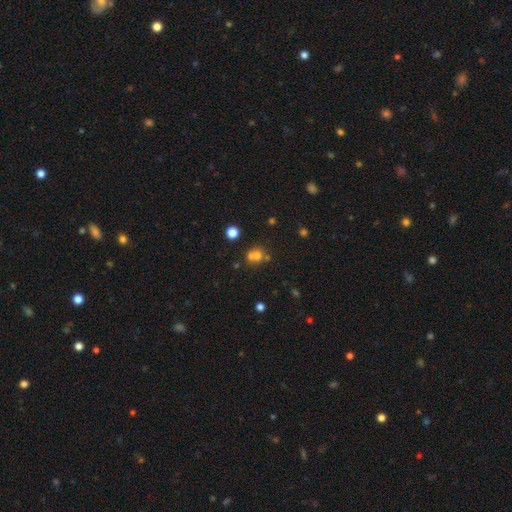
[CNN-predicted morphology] Smooth or featured: smooth — 64% (star or artifact — 20%)
How rounded: round — 81% (in between — 18%)
Merging: merger — 44% (tied with none — 44%)